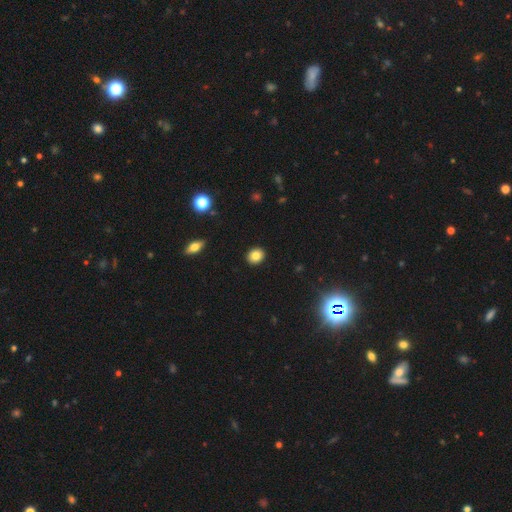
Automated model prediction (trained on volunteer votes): smooth 84%, star or artifact 10%, featured or disk 6%. Down the decision tree: how rounded — round (69%); merging — none (91%).